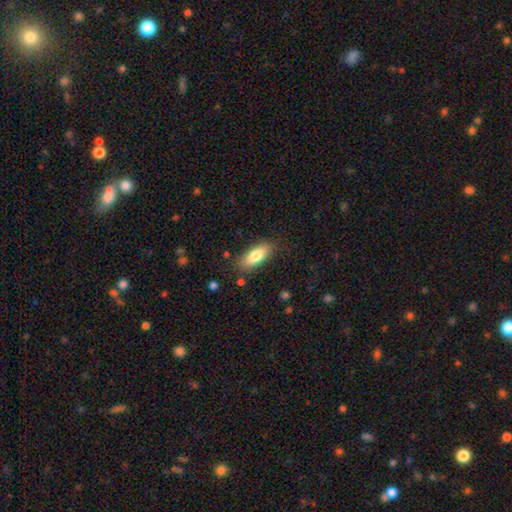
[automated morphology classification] Overall: smooth (80%). How rounded: in between (76%). Merging: none (83%).